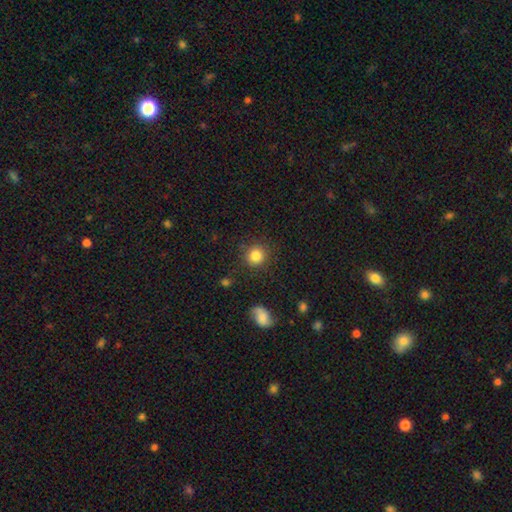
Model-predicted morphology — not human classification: Smooth or featured? smooth (85%)
How rounded? round (89%)
Merging? none (87%)